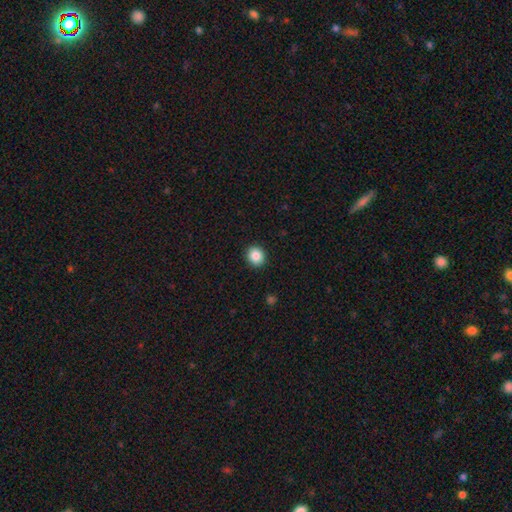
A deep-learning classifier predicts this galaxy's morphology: Smooth or featured: smooth — 86% (star or artifact — 10%)
How rounded: round — 80% (in between — 19%)
Merging: none — 92% (minor disturbance — 5%)